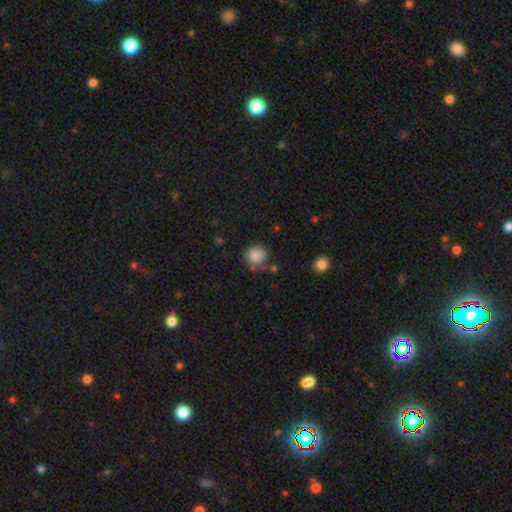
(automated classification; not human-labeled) The model was most divided on "merging": none: 65%, minor disturbance: 21%, merger: 7%, major disturbance: 7%. More confident: how rounded — round (84%); smooth or featured — smooth (83%).